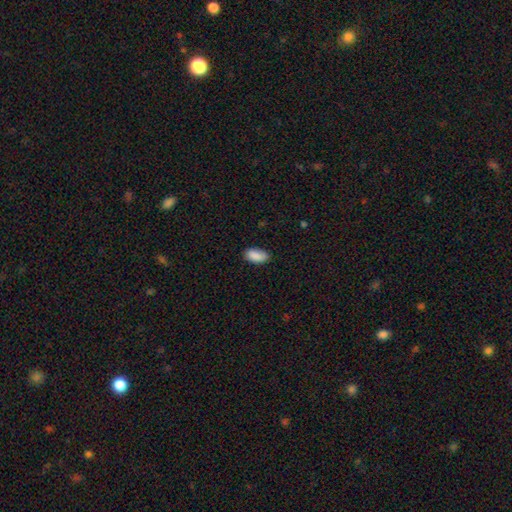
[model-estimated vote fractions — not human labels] Smooth or featured? Predicted: smooth (p=0.90). How rounded? Predicted: in between (p=0.93). Merging? Predicted: none (p=0.83).